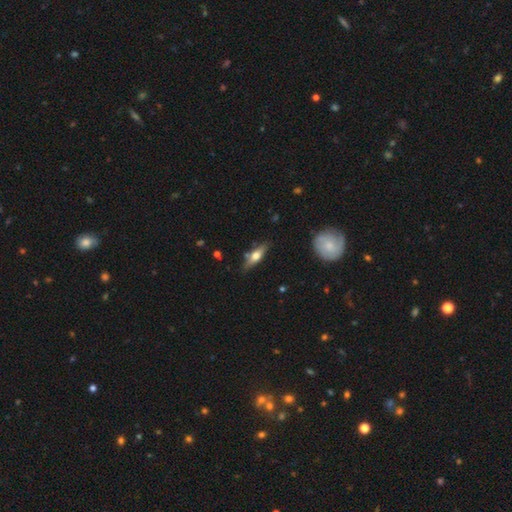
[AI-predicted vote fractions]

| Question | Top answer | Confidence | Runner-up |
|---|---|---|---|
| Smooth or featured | smooth | 50% | featured or disk (44%) |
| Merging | none | 77% | minor disturbance (16%) |